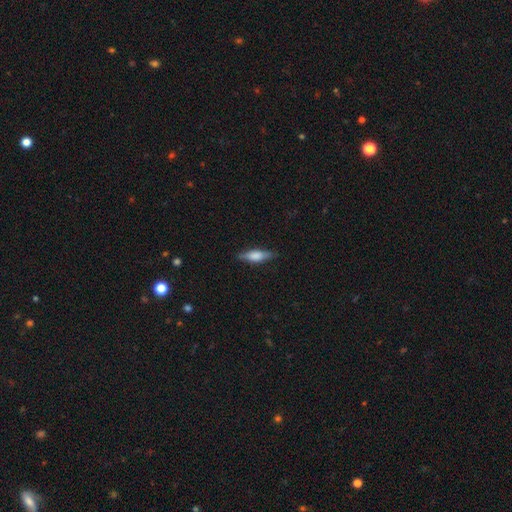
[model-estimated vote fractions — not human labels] A smooth galaxy with no disk features (59%) that is cigar-shaped (53%).

Vote fractions:
- Smooth or featured? smooth: 59% / featured or disk: 34% / star or artifact: 7%
- How rounded? cigar-shaped: 53% / in between: 44% / round: 3%
- Merging? none: 84% / minor disturbance: 13% / major disturbance: 2% / merger: 1%